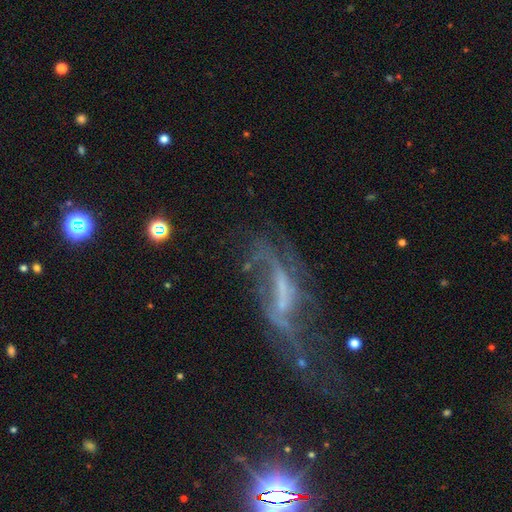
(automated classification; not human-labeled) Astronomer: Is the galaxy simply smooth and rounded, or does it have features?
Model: featured or disk — 69%.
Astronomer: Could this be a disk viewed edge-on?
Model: no — 81%.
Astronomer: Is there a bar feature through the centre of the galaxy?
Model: no — 36% (runner-up: strong, 32%).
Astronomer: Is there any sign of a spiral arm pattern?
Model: yes — 57% (runner-up: no, 43%).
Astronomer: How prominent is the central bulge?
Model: none — 52% (runner-up: small, 29%).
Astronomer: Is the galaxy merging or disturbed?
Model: major disturbance — 46% (runner-up: none, 27%).